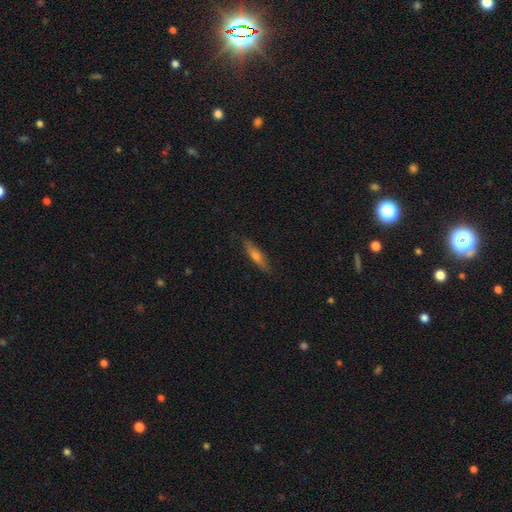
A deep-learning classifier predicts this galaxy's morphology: Smooth or featured?
  - smooth: 51% *
  - featured or disk: 42%
  - star or artifact: 7%
How rounded?
  - cigar-shaped: 81% *
  - in between: 17%
  - round: 2%
Merging?
  - none: 86% *
  - minor disturbance: 11%
  - major disturbance: 2%
  - merger: 1%